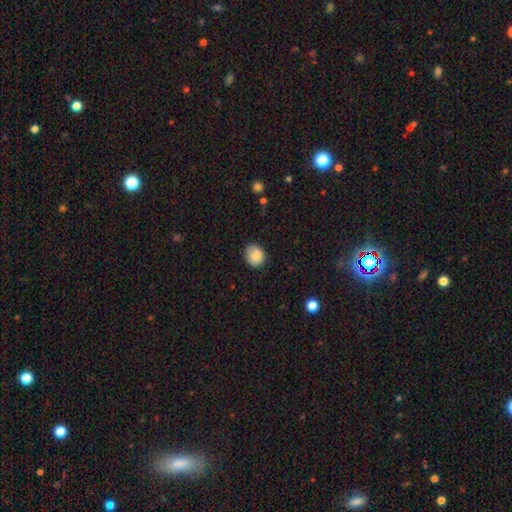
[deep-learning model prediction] Overall: smooth (85%). How rounded: round (68%; in between 31%). Merging: none (76%).